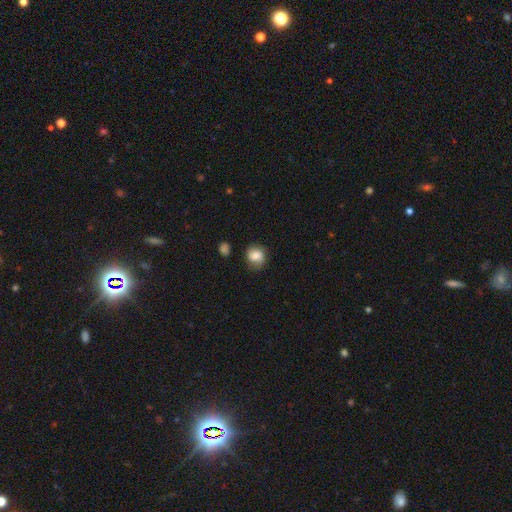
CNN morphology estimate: smooth-or-featured: smooth: 73% | featured or disk: 18% | star or artifact: 9%
  how-rounded: round: 71% | in between: 28% | cigar-shaped: 1%
  merging: none: 68% | minor disturbance: 22% | major disturbance: 7% | merger: 3%